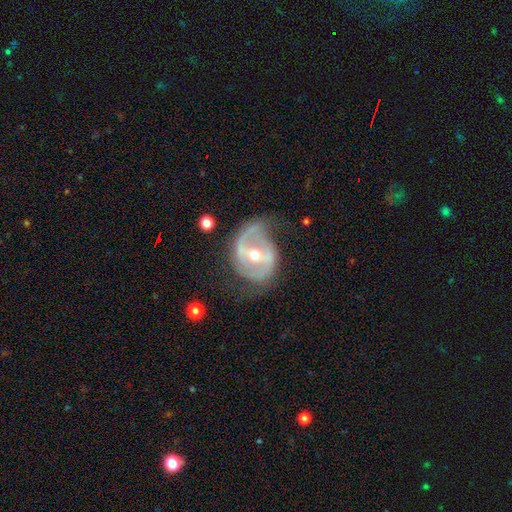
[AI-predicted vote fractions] Q: Smooth or featured?
A: featured or disk (85%); runner-up: smooth (8%)
Q: Edge-on disk?
A: no (97%); runner-up: yes (3%)
Q: Bar?
A: strong (45%); runner-up: weak (37%)
Q: Spiral arms?
A: yes (88%); runner-up: no (12%)
Q: Spiral winding?
A: medium (45%); runner-up: loose (32%)
Q: Spiral arm count?
A: 2 (80%); runner-up: can't tell (8%)
Q: Bulge size?
A: moderate (57%); runner-up: small (40%)
Q: Merging?
A: none (59%); runner-up: minor disturbance (23%)